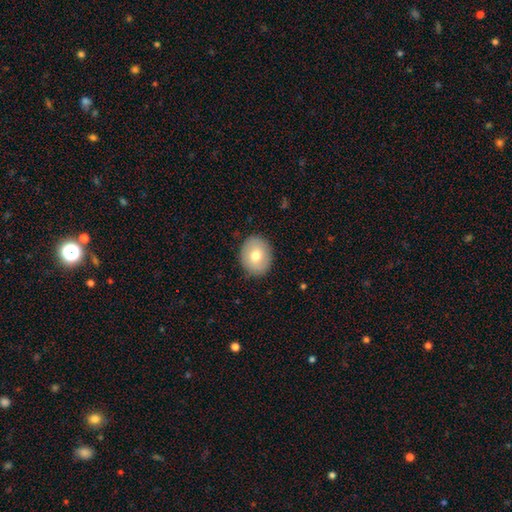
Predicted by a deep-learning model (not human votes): The model was most divided on "how rounded": round: 53%, in between: 46%, cigar-shaped: 1%. More confident: merging — none (87%); smooth or featured — smooth (72%).